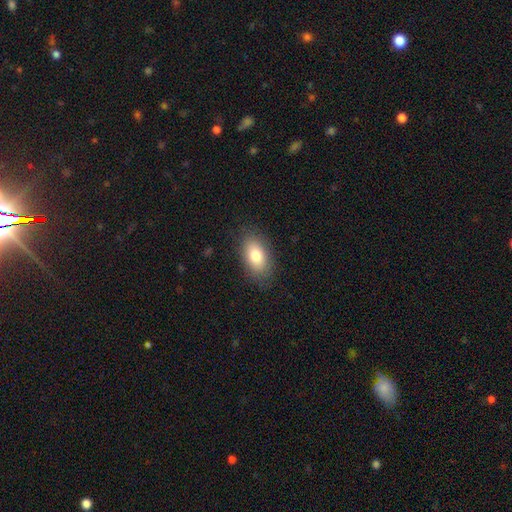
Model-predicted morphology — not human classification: Smooth or featured? smooth (79%)
How rounded? in between (90%)
Merging? none (85%)